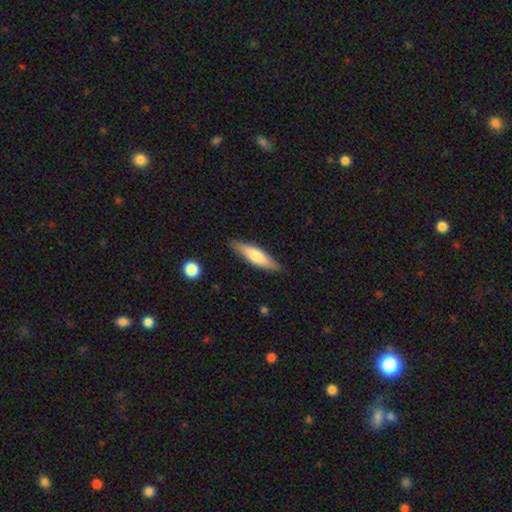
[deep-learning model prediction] smooth-or-featured: smooth: 66% | featured or disk: 29% | star or artifact: 5%
  how-rounded: cigar-shaped: 72% | in between: 26% | round: 2%
  merging: none: 87% | minor disturbance: 10% | major disturbance: 2% | merger: 1%